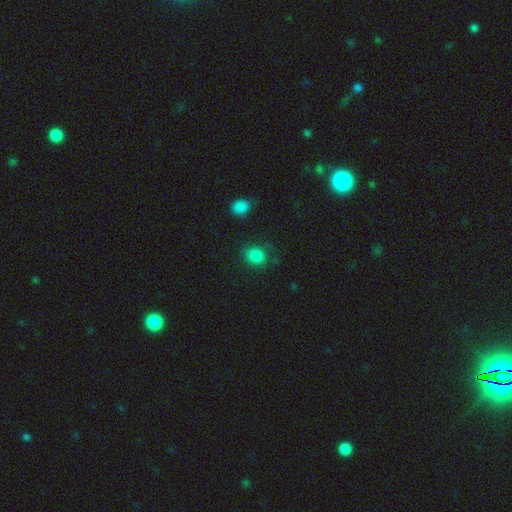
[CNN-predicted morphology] smooth-or-featured: smooth: 85% | star or artifact: 11% | featured or disk: 4%
  how-rounded: round: 59% | in between: 40% | cigar-shaped: 1%
  merging: none: 77% | minor disturbance: 15% | major disturbance: 5% | merger: 3%